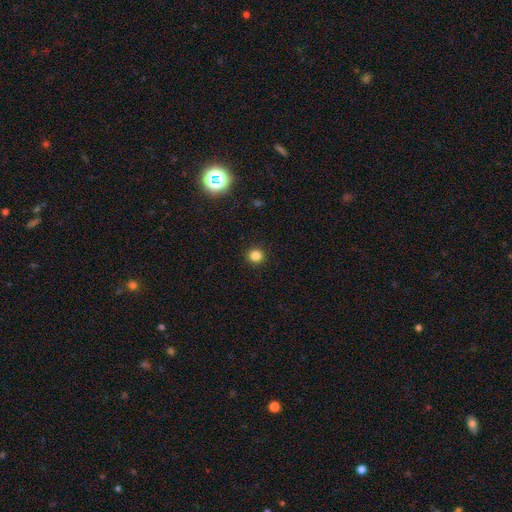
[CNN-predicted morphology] Smooth or featured: smooth — 83% (star or artifact — 13%)
How rounded: round — 93% (in between — 7%)
Merging: none — 92% (minor disturbance — 5%)